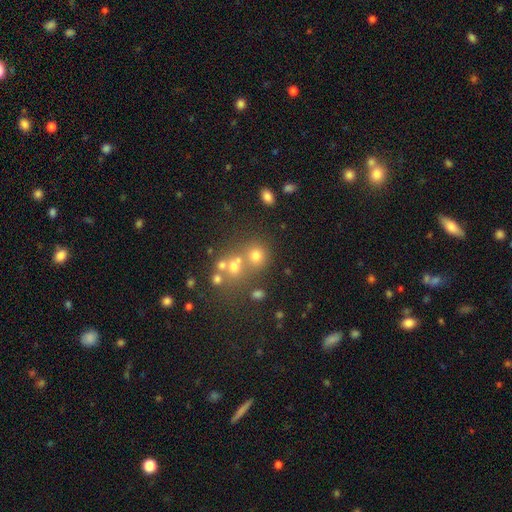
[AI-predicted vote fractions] This appears to be a smooth galaxy with no disk features (66%) that is round (82%). Merging: none (55%).